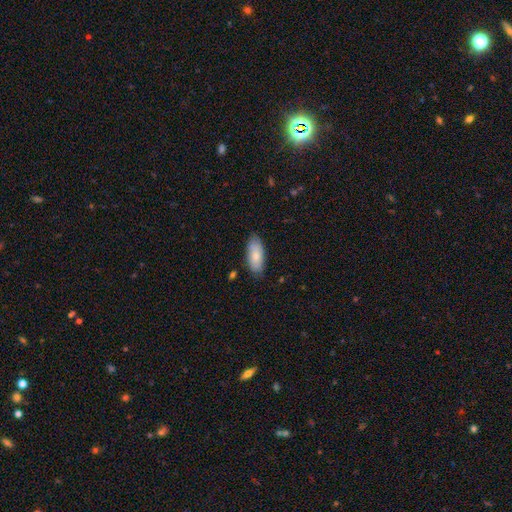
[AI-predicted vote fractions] Morphology: type=smooth (77%); roundness=in between (86%); merging=none (79%).